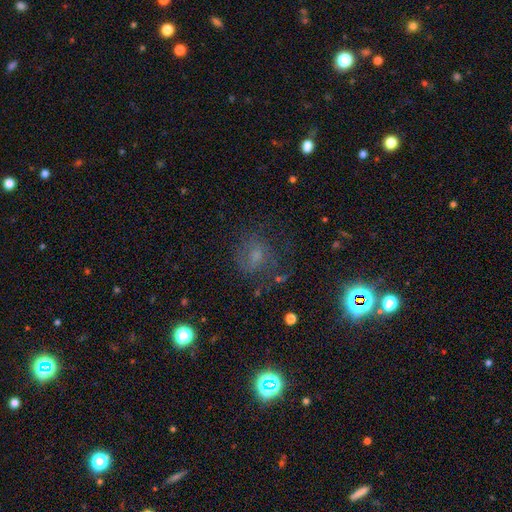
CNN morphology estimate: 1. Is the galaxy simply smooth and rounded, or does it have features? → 41% smooth, 30% featured or disk, 28% star or artifact.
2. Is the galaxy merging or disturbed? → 60% none, 20% minor disturbance, 17% major disturbance, 3% merger.